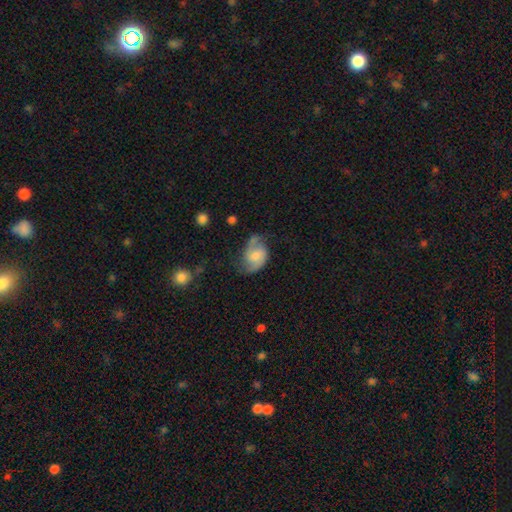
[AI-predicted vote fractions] Smooth or featured: featured or disk — 65% (smooth — 28%)
Edge-on disk: no — 97% (yes — 3%)
Bar: no — 52% (weak — 40%)
Spiral arms: yes — 91% (no — 9%)
Spiral winding: medium — 46% (loose — 35%)
Spiral arm count: 2 — 85% (can't tell — 7%)
Bulge size: moderate — 41% (small — 31%)
Merging: none — 55% (minor disturbance — 27%)